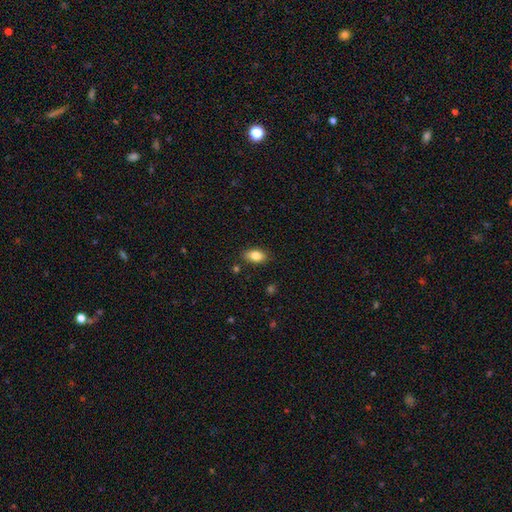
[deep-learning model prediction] Smooth or featured?
  - smooth: 82% *
  - featured or disk: 10%
  - star or artifact: 8%
How rounded?
  - in between: 88% *
  - round: 8%
  - cigar-shaped: 3%
Merging?
  - none: 85% *
  - minor disturbance: 11%
  - major disturbance: 2%
  - merger: 2%